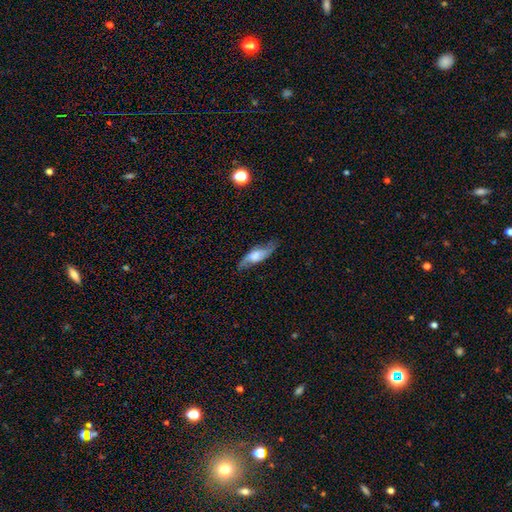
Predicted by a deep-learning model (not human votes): This is possibly a featured or disk galaxy (60%). It is likely not viewed edge-on (72%). Merging: likely none (74%).